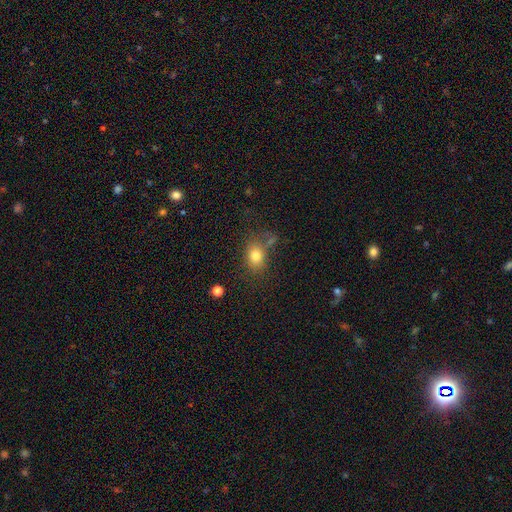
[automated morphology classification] A smooth galaxy with no disk features (78%) that is in between round and cigar-shaped (63%). Merging: none (65%).